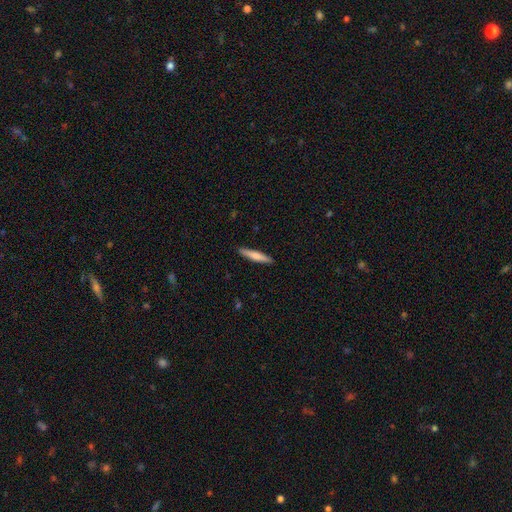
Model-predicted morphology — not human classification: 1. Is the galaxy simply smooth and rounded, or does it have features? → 67% smooth, 28% featured or disk, 5% star or artifact.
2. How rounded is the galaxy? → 92% cigar-shaped, 7% in between, 1% round.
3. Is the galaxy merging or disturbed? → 91% none, 6% minor disturbance, 1% major disturbance, 1% merger.